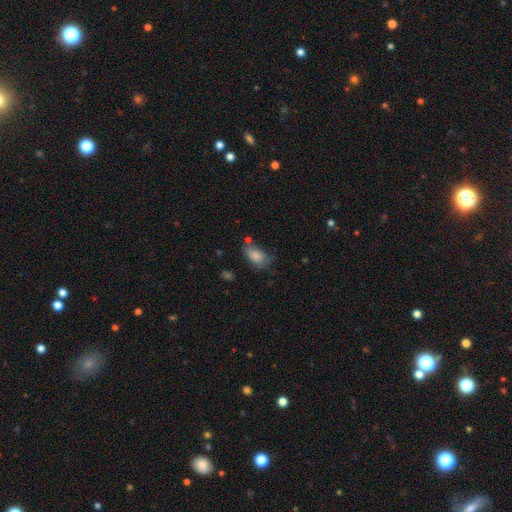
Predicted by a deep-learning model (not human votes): Smooth or featured: smooth — 81% (featured or disk — 11%)
How rounded: in between — 90% (round — 8%)
Merging: none — 50% (minor disturbance — 29%)